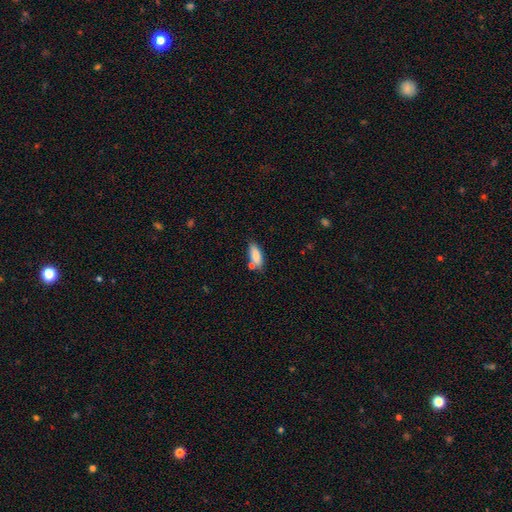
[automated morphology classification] A smooth galaxy with no disk features (83%) that is in between round and cigar-shaped (72%).

Vote fractions:
- Smooth or featured? smooth: 83% / featured or disk: 10% / star or artifact: 7%
- How rounded? in between: 72% / cigar-shaped: 26% / round: 2%
- Merging? none: 67% / minor disturbance: 16% / merger: 13% / major disturbance: 4%